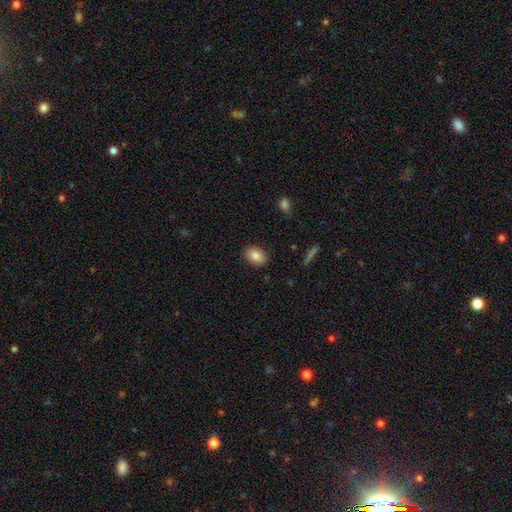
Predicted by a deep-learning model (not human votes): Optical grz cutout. It shows a smooth galaxy with no disk features (83%) that is in between round and cigar-shaped (81%). Merging: none (88%).